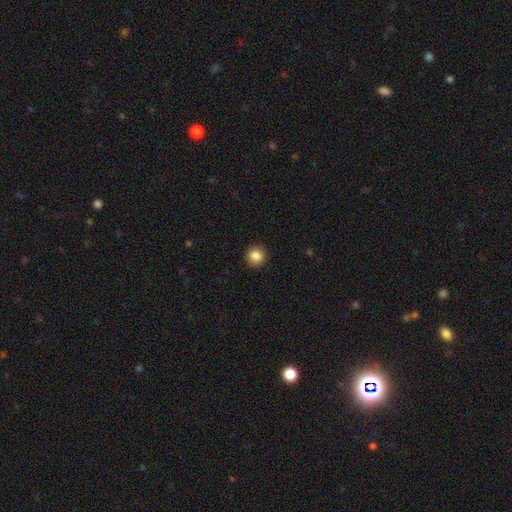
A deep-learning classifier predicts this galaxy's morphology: type=smooth (87%); roundness=round (93%); merging=none (91%).